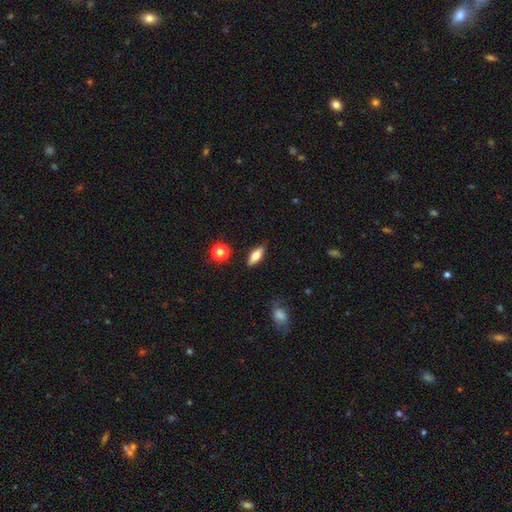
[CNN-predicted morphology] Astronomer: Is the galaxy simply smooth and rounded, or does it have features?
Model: smooth — 66%.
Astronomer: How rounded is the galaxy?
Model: in between — 72%.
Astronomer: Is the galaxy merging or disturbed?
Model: none — 85%.